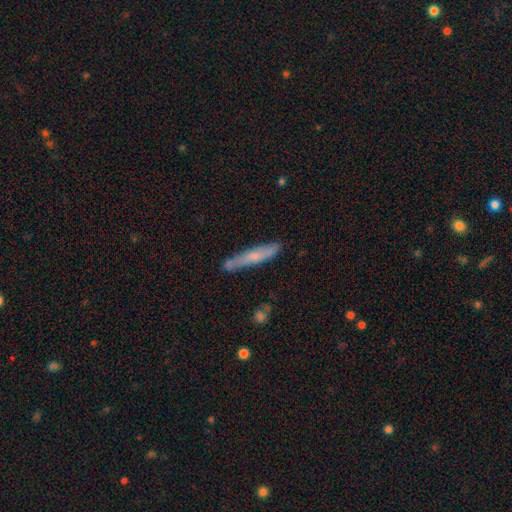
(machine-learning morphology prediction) type=smooth (57%); roundness=cigar-shaped (91%); merging=none (74%).